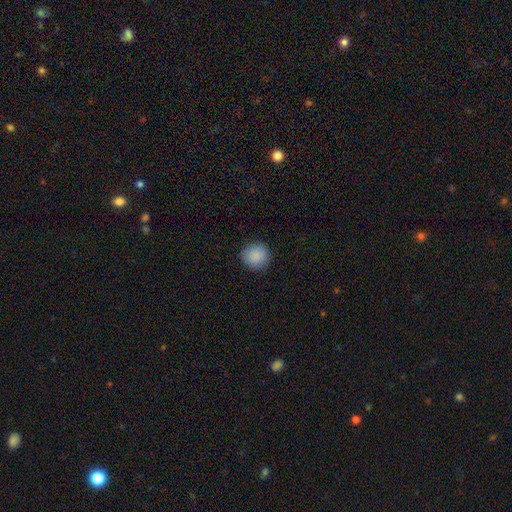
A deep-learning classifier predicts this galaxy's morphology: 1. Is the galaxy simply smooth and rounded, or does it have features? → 89% smooth, 8% star or artifact, 3% featured or disk.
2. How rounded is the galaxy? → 93% round, 6% in between, 1% cigar-shaped.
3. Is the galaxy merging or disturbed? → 90% none, 7% minor disturbance, 2% major disturbance, 1% merger.